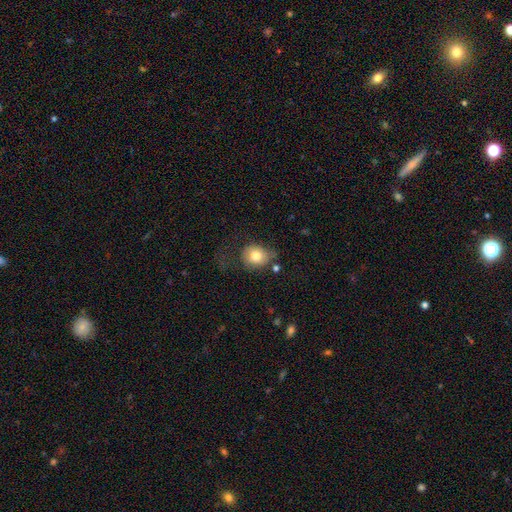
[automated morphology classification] A smooth galaxy with no disk features (77%) that is round (66%).

Vote fractions:
- Smooth or featured? smooth: 77% / featured or disk: 13% / star or artifact: 9%
- How rounded? round: 66% / in between: 33% / cigar-shaped: 1%
- Merging? none: 49% / minor disturbance: 28% / major disturbance: 19% / merger: 4%